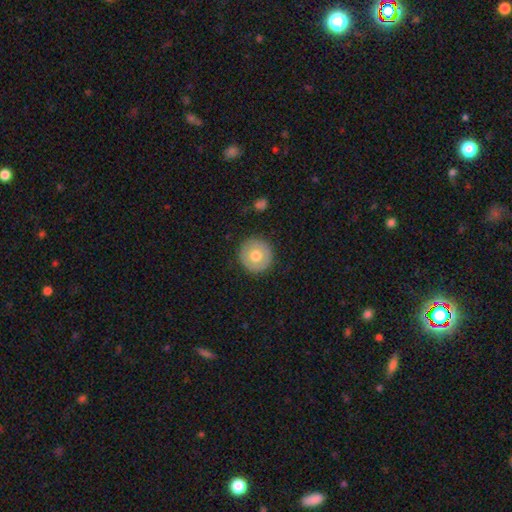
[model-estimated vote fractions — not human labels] Q: Smooth or featured?
A: smooth (68%); runner-up: featured or disk (24%)
Q: How rounded?
A: round (95%); runner-up: in between (4%)
Q: Merging?
A: none (90%); runner-up: minor disturbance (7%)